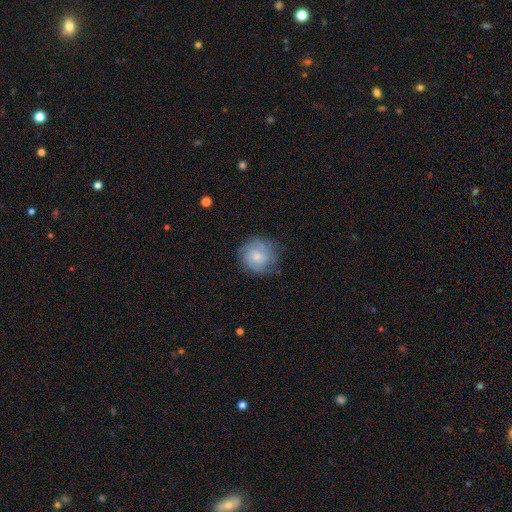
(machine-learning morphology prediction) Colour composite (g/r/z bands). It shows a featured or disk galaxy (60%) with no bar (76%), tight (63%) spiral arms (90%) and a small central bulge (51%). Merging: none (74%).